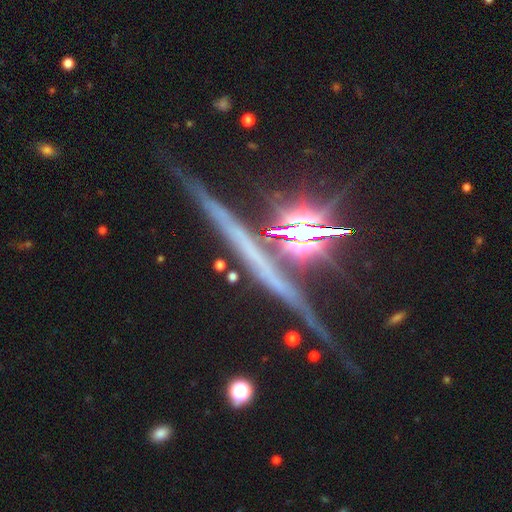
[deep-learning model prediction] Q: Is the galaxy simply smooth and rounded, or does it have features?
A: featured or disk — 48%.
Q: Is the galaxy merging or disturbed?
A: none — 83%.